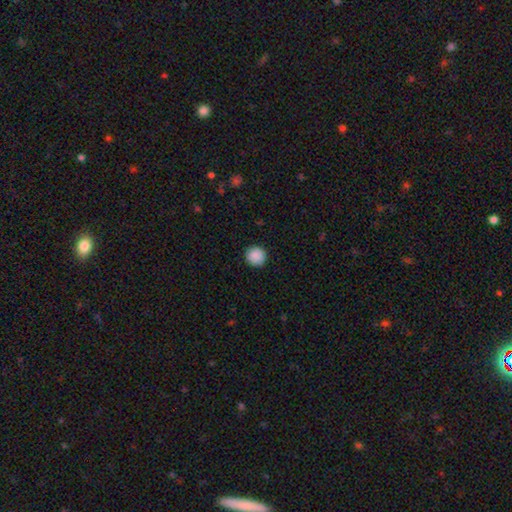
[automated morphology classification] This appears to be a smooth galaxy with no disk features (89%) that is round (94%). Merging: none (91%).